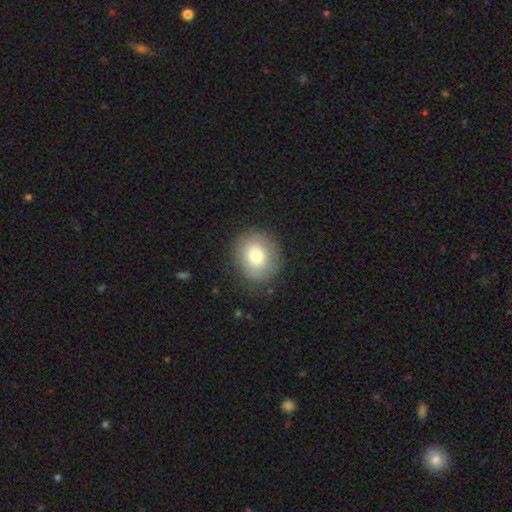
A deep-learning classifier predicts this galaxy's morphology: smooth-or-featured: smooth: 76% | featured or disk: 15% | star or artifact: 9%
  how-rounded: round: 67% | in between: 32% | cigar-shaped: 1%
  merging: none: 82% | minor disturbance: 12% | major disturbance: 4% | merger: 1%